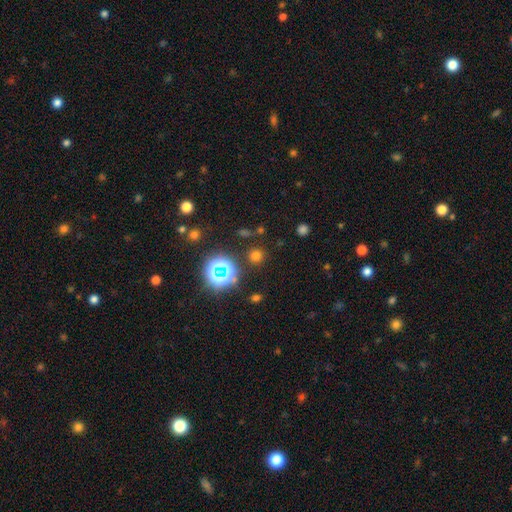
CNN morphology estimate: This is likely a smooth galaxy (64%). How rounded: clearly round (92%). Merging: clearly none (84%).